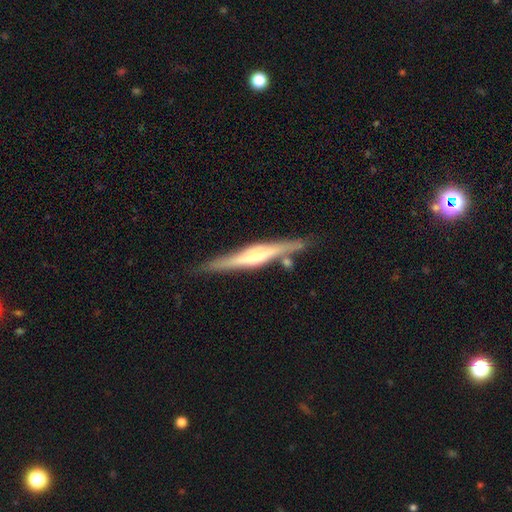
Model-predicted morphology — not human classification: The model was most divided on "edge-on bulge": rounded: 71%, boxy: 20%, none: 8%. More confident: edge-on disk — yes (97%); merging — none (81%); smooth or featured — featured or disk (76%).